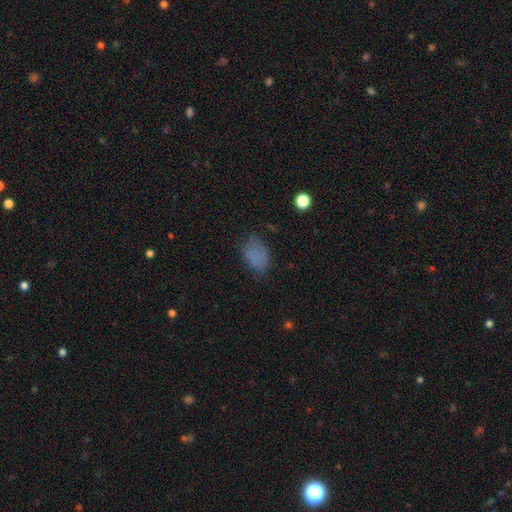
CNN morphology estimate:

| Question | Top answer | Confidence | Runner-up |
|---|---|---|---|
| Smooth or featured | smooth | 78% | star or artifact (14%) |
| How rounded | in between | 85% | round (14%) |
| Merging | none | 64% | minor disturbance (25%) |